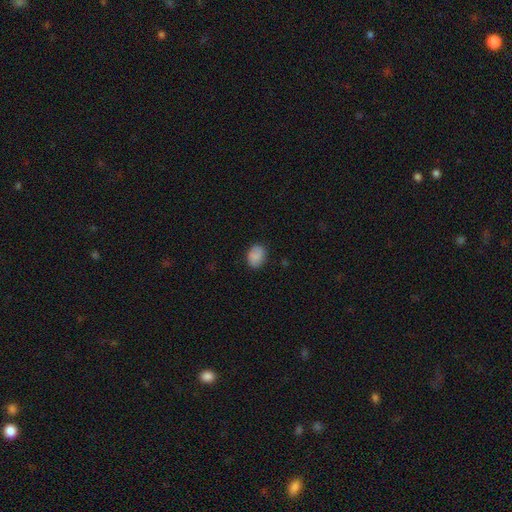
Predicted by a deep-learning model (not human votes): The model was most divided on "how rounded": in between: 70%, round: 29%, cigar-shaped: 1%. More confident: smooth or featured — smooth (87%); merging — none (84%).